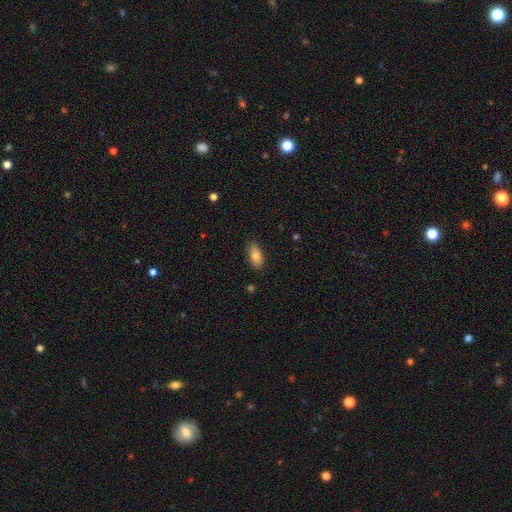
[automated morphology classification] A smooth galaxy with no disk features (81%) that is in between round and cigar-shaped (89%). Merging: none (82%).